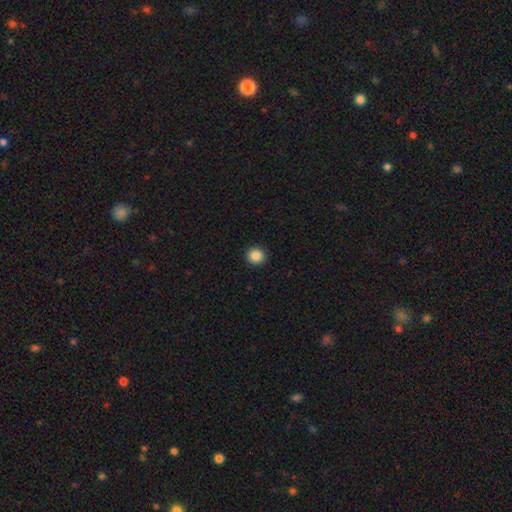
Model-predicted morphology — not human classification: Smooth or featured: smooth — 87% (star or artifact — 10%)
How rounded: round — 93% (in between — 6%)
Merging: none — 93% (minor disturbance — 4%)